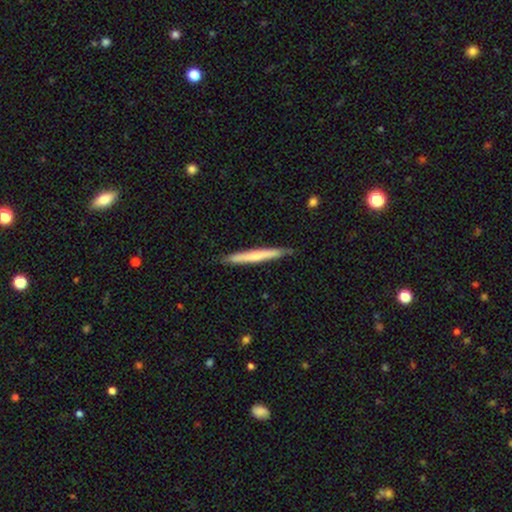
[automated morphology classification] Q: Smooth or featured?
A: smooth (57%); runner-up: featured or disk (38%)
Q: How rounded?
A: cigar-shaped (97%); runner-up: in between (2%)
Q: Merging?
A: none (88%); runner-up: minor disturbance (9%)